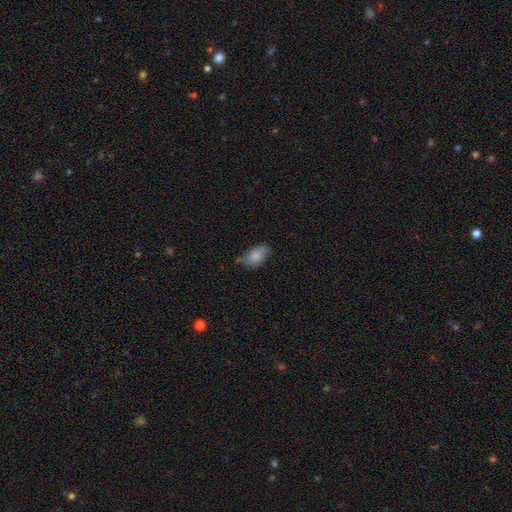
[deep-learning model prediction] The model was most divided on "merging": none: 56%, minor disturbance: 33%, major disturbance: 7%, merger: 4%. More confident: how rounded — in between (92%); smooth or featured — smooth (81%).